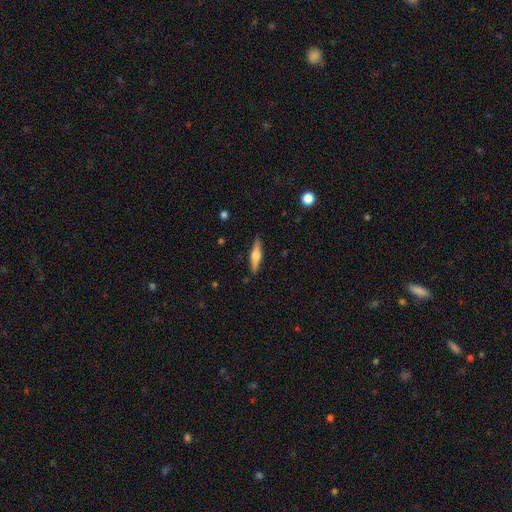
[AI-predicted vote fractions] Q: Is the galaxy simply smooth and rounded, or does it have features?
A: featured or disk — 50%.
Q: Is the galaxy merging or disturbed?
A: none — 89%.